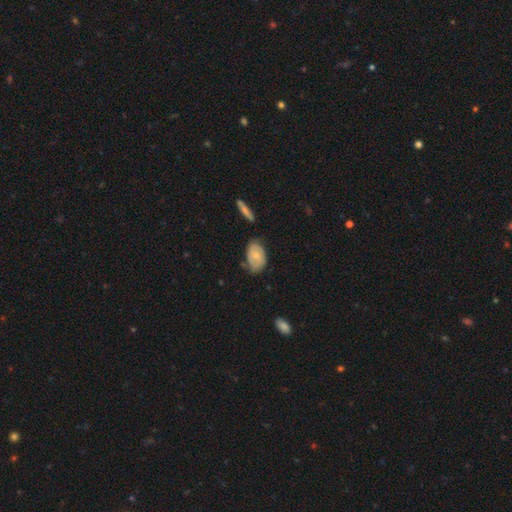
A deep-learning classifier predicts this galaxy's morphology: smooth-or-featured: smooth: 52% | featured or disk: 41% | star or artifact: 7%
  how-rounded: in between: 89% | round: 9% | cigar-shaped: 2%
  merging: none: 64% | minor disturbance: 26% | major disturbance: 6% | merger: 4%